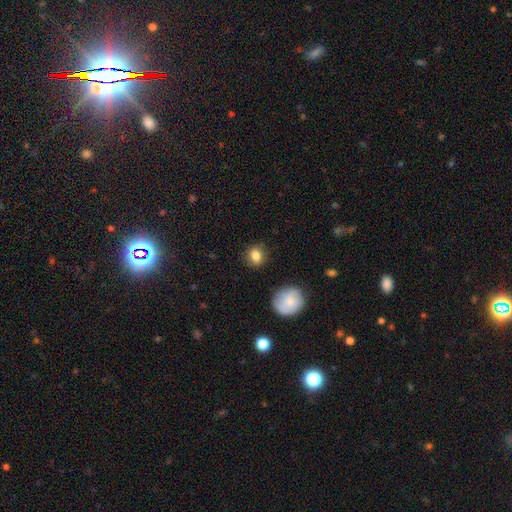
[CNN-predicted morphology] type=smooth (83%); roundness=round (80%); merging=none (85%).